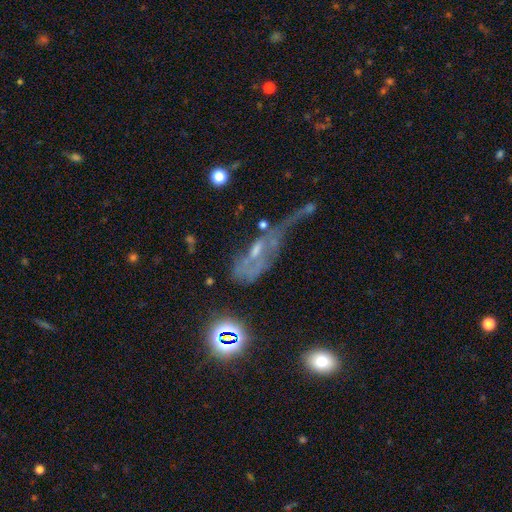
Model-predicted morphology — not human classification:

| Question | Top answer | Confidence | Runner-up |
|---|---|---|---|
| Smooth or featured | featured or disk | 52% | star or artifact (25%) |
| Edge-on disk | no | 82% | yes (18%) |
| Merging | major disturbance | 45% | none (21%) |